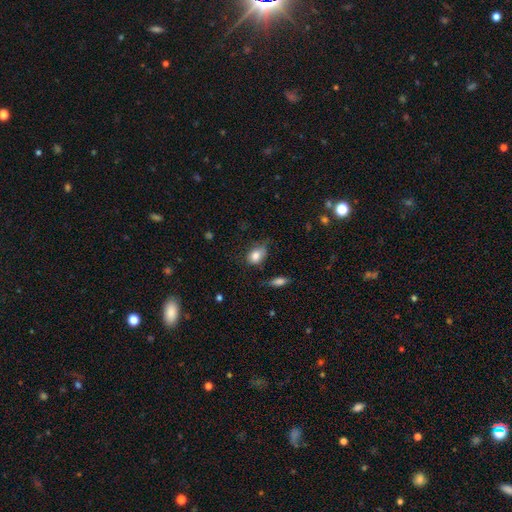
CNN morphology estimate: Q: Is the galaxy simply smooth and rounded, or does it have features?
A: smooth — 83%.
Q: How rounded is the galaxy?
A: in between — 68%.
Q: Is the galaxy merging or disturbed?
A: none — 48%.